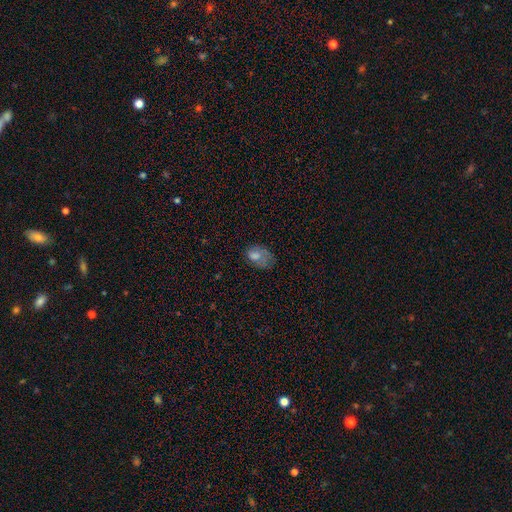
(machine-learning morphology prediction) type=smooth (68%); roundness=in between (76%); merging=none (39%).